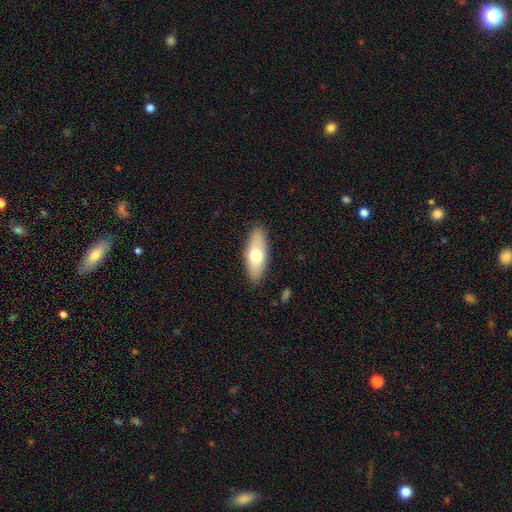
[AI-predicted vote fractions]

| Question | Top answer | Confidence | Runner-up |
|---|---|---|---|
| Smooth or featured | smooth | 65% | featured or disk (29%) |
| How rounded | in between | 71% | cigar-shaped (26%) |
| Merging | none | 87% | minor disturbance (9%) |